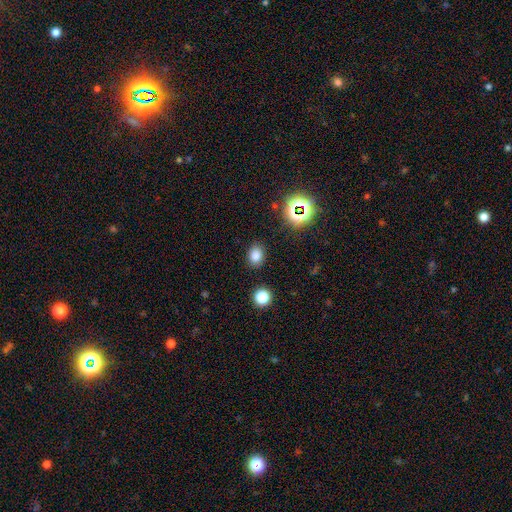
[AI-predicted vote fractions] A smooth galaxy with no disk features (78%) that is in between round and cigar-shaped (55%). Merging: none (87%).